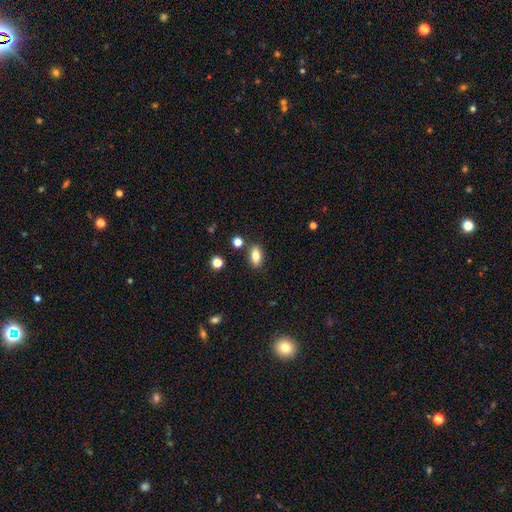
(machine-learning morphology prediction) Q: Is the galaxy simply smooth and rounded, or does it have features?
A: smooth — 80%.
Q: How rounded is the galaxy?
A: in between — 82%.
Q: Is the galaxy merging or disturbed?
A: none — 83%.